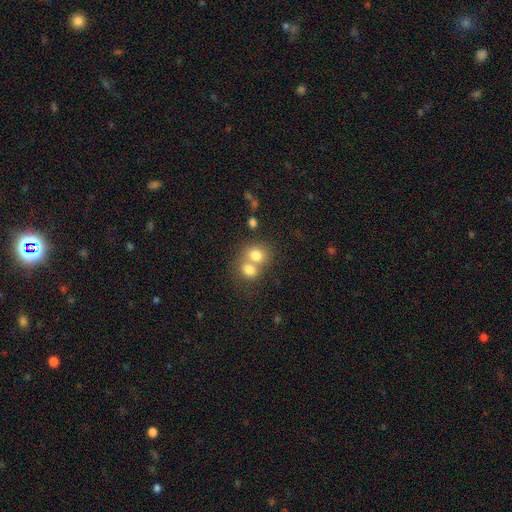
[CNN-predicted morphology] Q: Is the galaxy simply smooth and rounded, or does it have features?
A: smooth — 75%.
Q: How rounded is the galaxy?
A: round — 59%.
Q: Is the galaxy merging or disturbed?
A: merger — 63%.